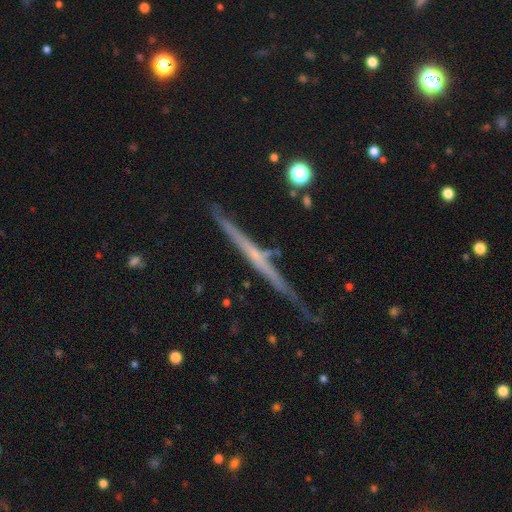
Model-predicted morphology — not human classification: The model was most divided on "edge-on bulge": none: 70%, rounded: 23%, boxy: 6%. More confident: edge-on disk — yes (98%); merging — none (82%); smooth or featured — featured or disk (72%).